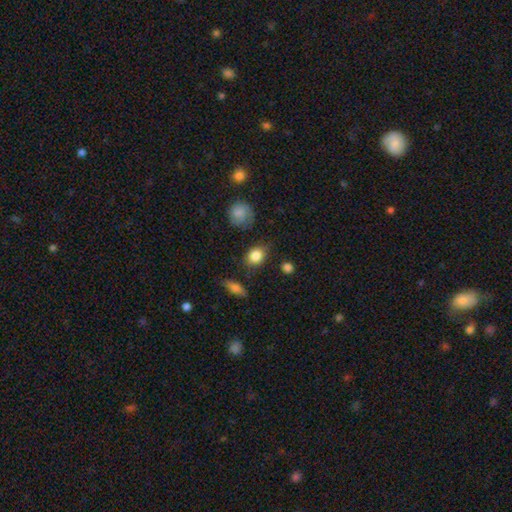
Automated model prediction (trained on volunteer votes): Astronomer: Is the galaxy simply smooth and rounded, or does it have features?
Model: smooth — 85%.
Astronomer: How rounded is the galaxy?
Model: in between — 49%, tied with round at 49%.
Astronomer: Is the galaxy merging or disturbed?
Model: none — 78%.